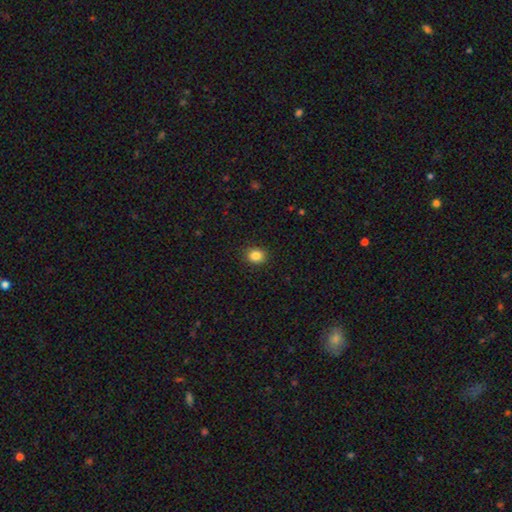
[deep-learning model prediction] Q: Smooth or featured?
A: smooth (85%); runner-up: star or artifact (10%)
Q: How rounded?
A: round (65%); runner-up: in between (34%)
Q: Merging?
A: none (90%); runner-up: minor disturbance (7%)